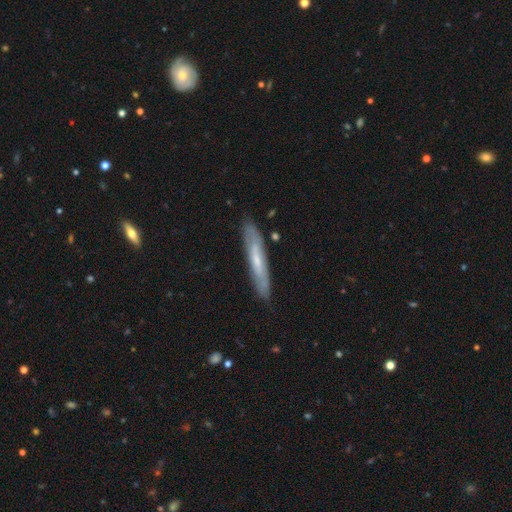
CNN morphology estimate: This is possibly a featured or disk galaxy (53%). It is likely viewed edge-on (76%). Merging: clearly none (86%).